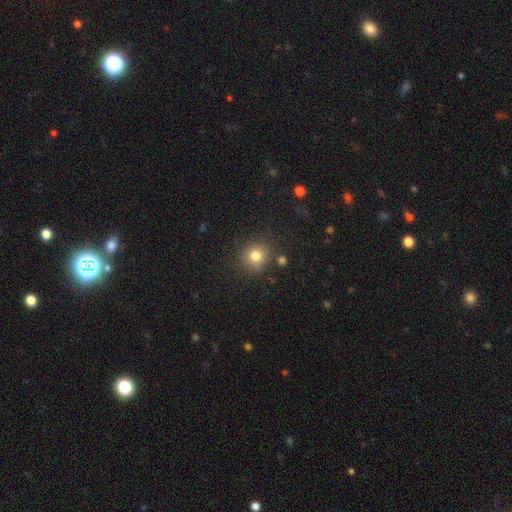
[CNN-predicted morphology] The model was most divided on "smooth or featured": smooth: 79%, star or artifact: 14%, featured or disk: 7%. More confident: how rounded — round (88%); merging — none (83%).